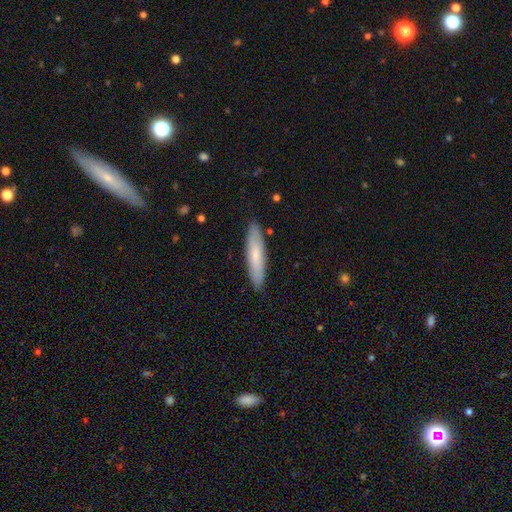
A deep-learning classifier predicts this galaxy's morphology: smooth-or-featured: smooth: 69% | featured or disk: 25% | star or artifact: 6%
  how-rounded: cigar-shaped: 82% | in between: 16% | round: 1%
  merging: none: 89% | minor disturbance: 8% | major disturbance: 2% | merger: 1%